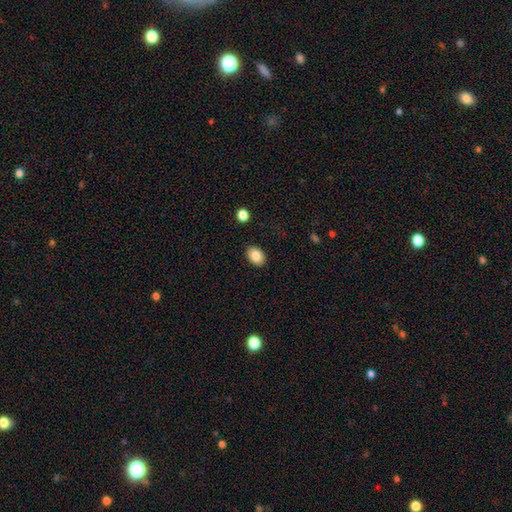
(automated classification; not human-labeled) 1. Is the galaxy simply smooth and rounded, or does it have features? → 85% smooth, 8% star or artifact, 7% featured or disk.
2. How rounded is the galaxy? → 80% in between, 19% round, 1% cigar-shaped.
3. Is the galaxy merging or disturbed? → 89% none, 8% minor disturbance, 2% major disturbance, 1% merger.